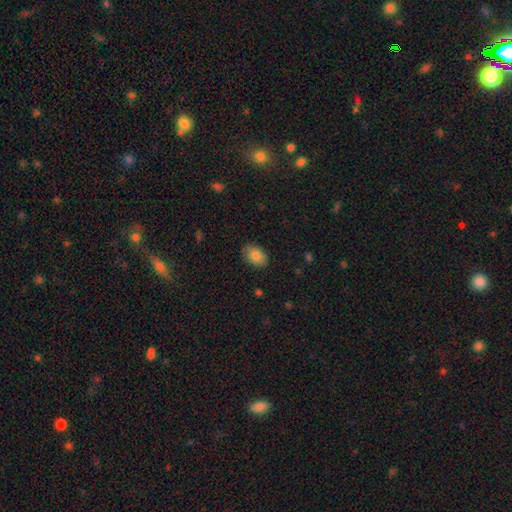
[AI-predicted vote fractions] The model was most divided on "how rounded": in between: 84%, round: 15%, cigar-shaped: 1%. More confident: merging — none (86%); smooth or featured — smooth (85%).